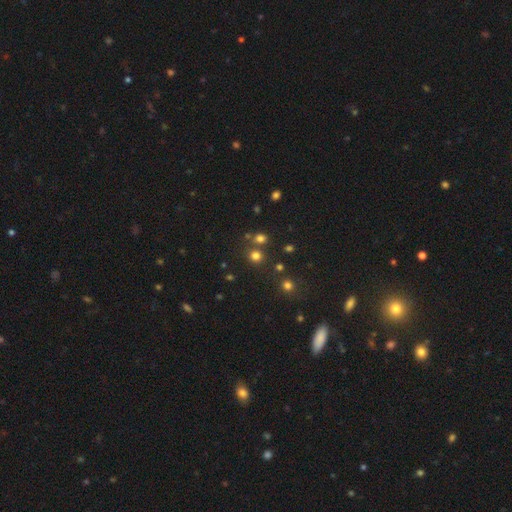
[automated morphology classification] smooth 73%, star or artifact 21%, featured or disk 6%. Down the decision tree: how rounded — round (85%); merging — none (73%).